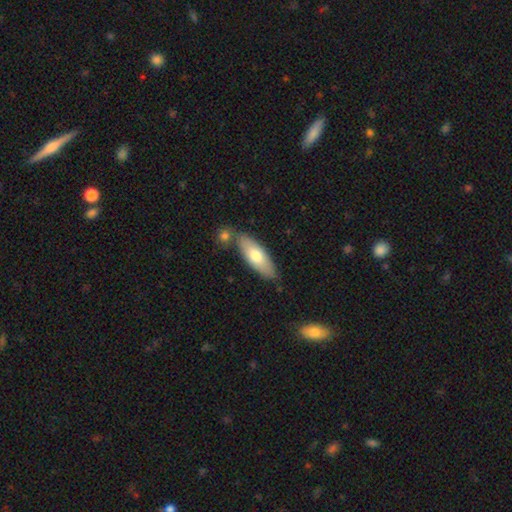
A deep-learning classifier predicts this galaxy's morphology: smooth_or_featured: smooth (p=0.69) [alt: featured or disk p=0.26]
how_rounded: in between (p=0.66) [alt: cigar-shaped p=0.32]
merging: none (p=0.72) [alt: minor disturbance p=0.14]